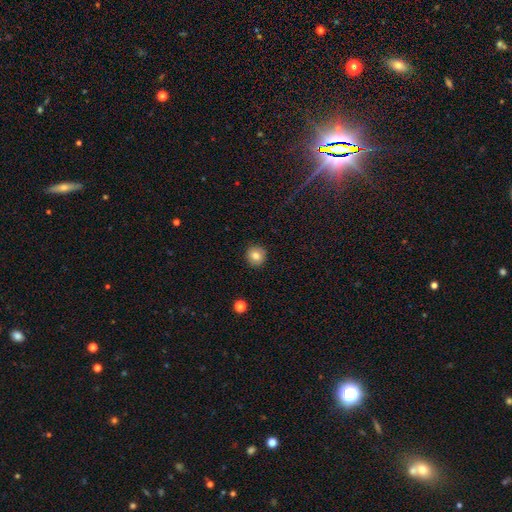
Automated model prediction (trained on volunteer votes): This appears to be a smooth galaxy with no disk features (82%) that is round (93%). Merging: none (91%).